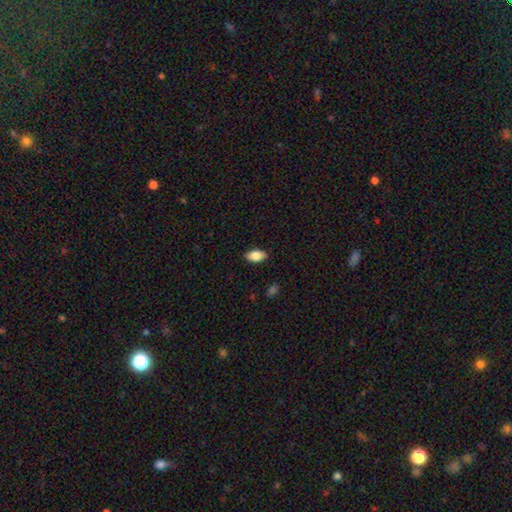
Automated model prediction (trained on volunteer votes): Smooth or featured: smooth — 83% (featured or disk — 9%)
How rounded: in between — 92% (round — 4%)
Merging: none — 88% (minor disturbance — 9%)